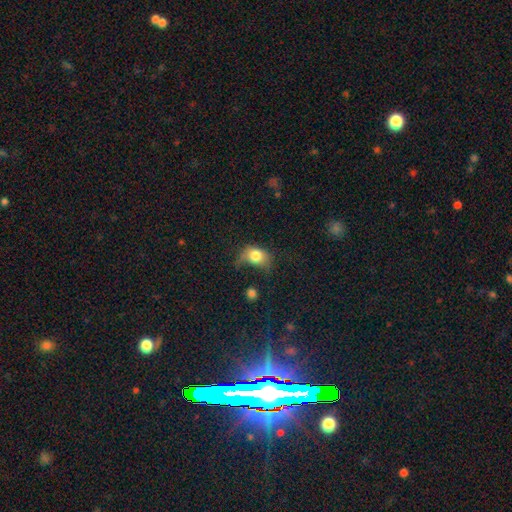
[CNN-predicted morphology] Smooth or featured? Predicted: smooth (p=0.79). How rounded? Predicted: in between (p=0.66). Merging? Predicted: minor disturbance (p=0.36).